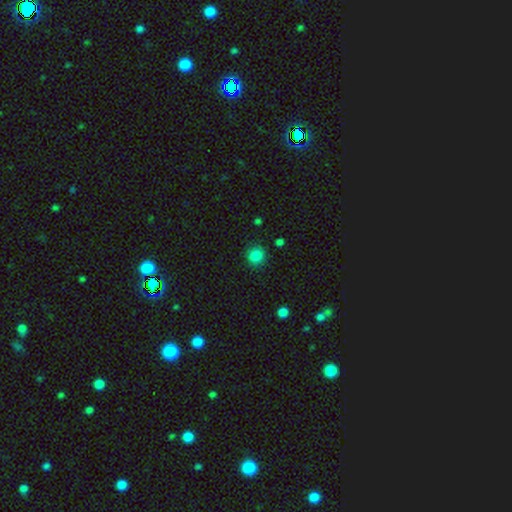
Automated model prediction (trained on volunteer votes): Smooth or featured? smooth (85%)
How rounded? round (82%)
Merging? none (88%)